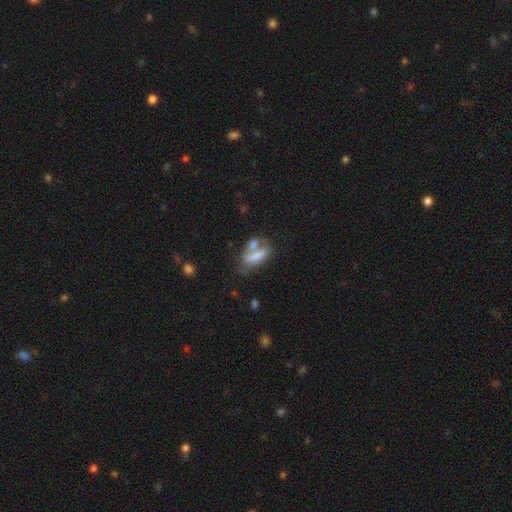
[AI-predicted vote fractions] smooth 71%, featured or disk 20%, star or artifact 9%. Down the decision tree: how rounded — in between (70%); merging — merger (46%).